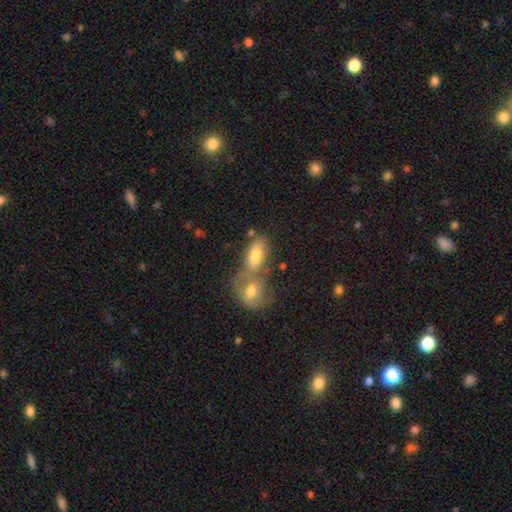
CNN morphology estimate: This appears to be a smooth galaxy with no disk features (72%) that is in between round and cigar-shaped (84%). Merging: merger (55%).